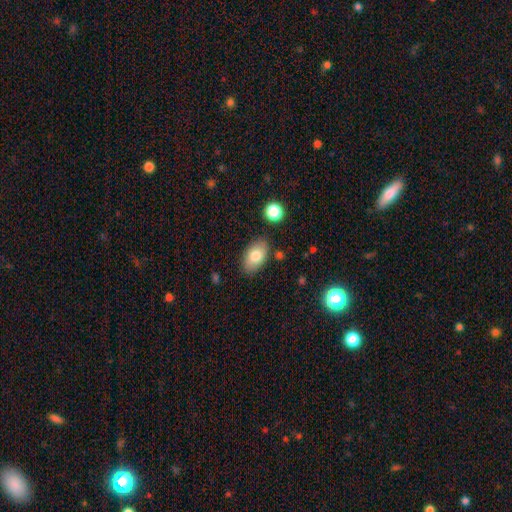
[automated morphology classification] Q: Smooth or featured?
A: smooth (80%); runner-up: featured or disk (13%)
Q: How rounded?
A: in between (92%); runner-up: round (7%)
Q: Merging?
A: none (82%); runner-up: minor disturbance (12%)